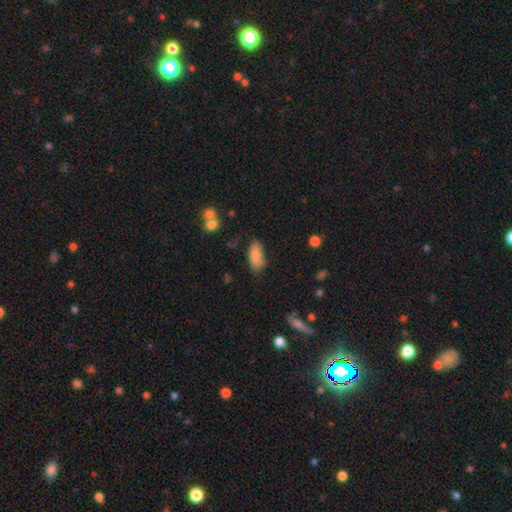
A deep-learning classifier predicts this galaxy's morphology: Q: Smooth or featured?
A: smooth (81%); runner-up: featured or disk (12%)
Q: How rounded?
A: in between (89%); runner-up: cigar-shaped (9%)
Q: Merging?
A: none (66%); runner-up: minor disturbance (25%)